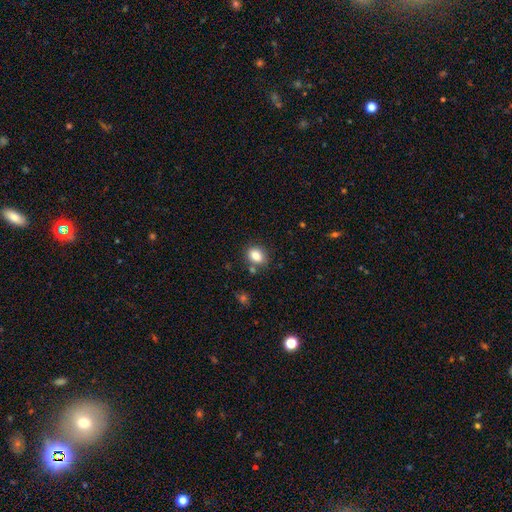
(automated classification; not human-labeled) A smooth galaxy with no disk features (84%) that is in between round and cigar-shaped (64%).

Vote fractions:
- Smooth or featured? smooth: 84% / star or artifact: 9% / featured or disk: 6%
- How rounded? in between: 64% / round: 35% / cigar-shaped: 1%
- Merging? none: 76% / minor disturbance: 12% / merger: 8% / major disturbance: 3%